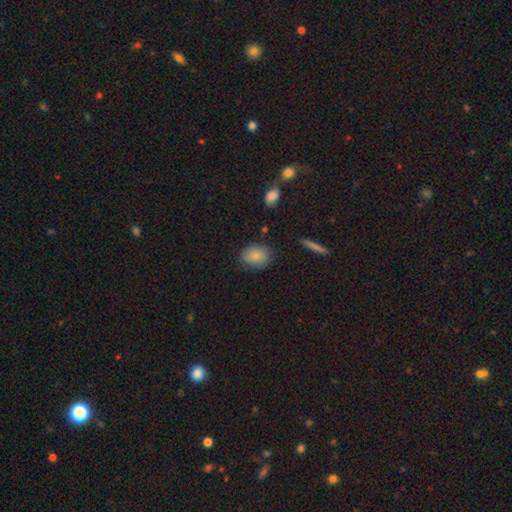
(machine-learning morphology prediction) smooth 83%, featured or disk 9%, star or artifact 8%. Down the decision tree: how rounded — in between (60%); merging — none (79%).